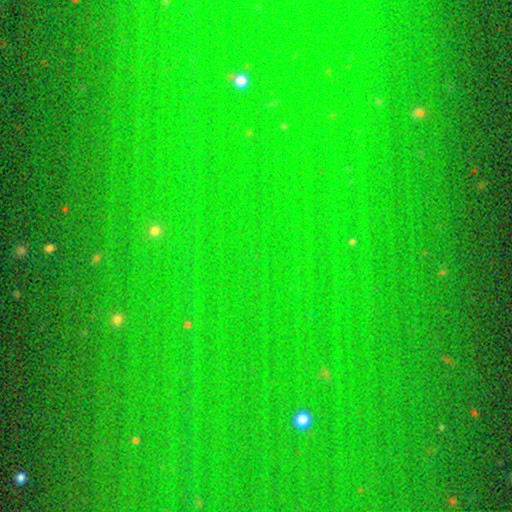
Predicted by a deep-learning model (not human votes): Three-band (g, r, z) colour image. It shows a star or artifact, not a galaxy (78%).